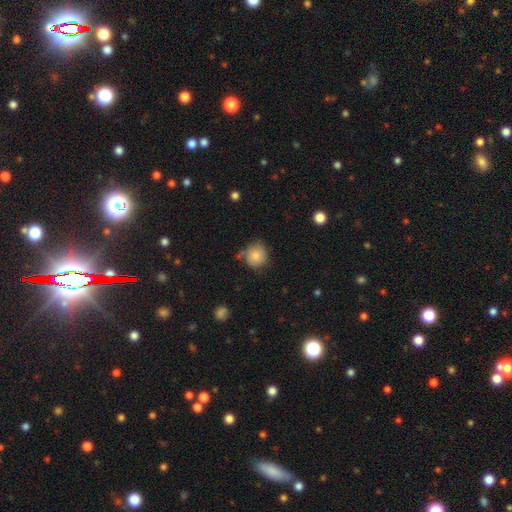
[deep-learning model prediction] Q: Smooth or featured?
A: smooth (81%); runner-up: featured or disk (11%)
Q: How rounded?
A: round (90%); runner-up: in between (9%)
Q: Merging?
A: none (66%); runner-up: minor disturbance (21%)